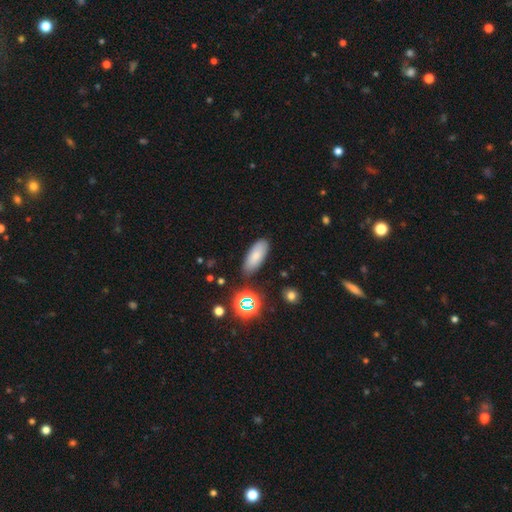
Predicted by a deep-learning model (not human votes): Smooth or featured: smooth — 79% (star or artifact — 11%)
How rounded: in between — 80% (cigar-shaped — 17%)
Merging: none — 83% (minor disturbance — 11%)